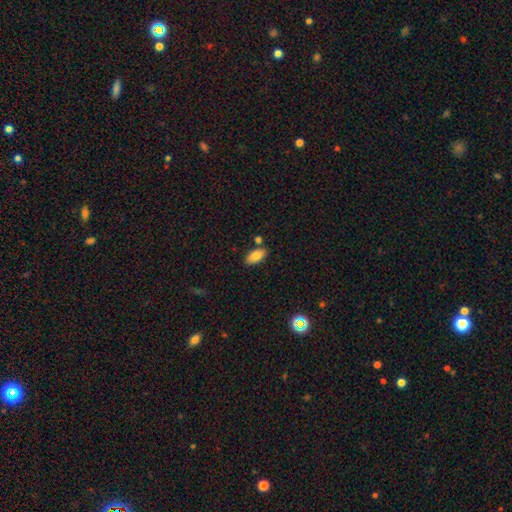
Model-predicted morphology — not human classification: A smooth galaxy with no disk features (81%) that is in between round and cigar-shaped (92%).

Vote fractions:
- Smooth or featured? smooth: 81% / featured or disk: 11% / star or artifact: 8%
- How rounded? in between: 92% / cigar-shaped: 4% / round: 3%
- Merging? none: 79% / minor disturbance: 11% / merger: 7% / major disturbance: 2%